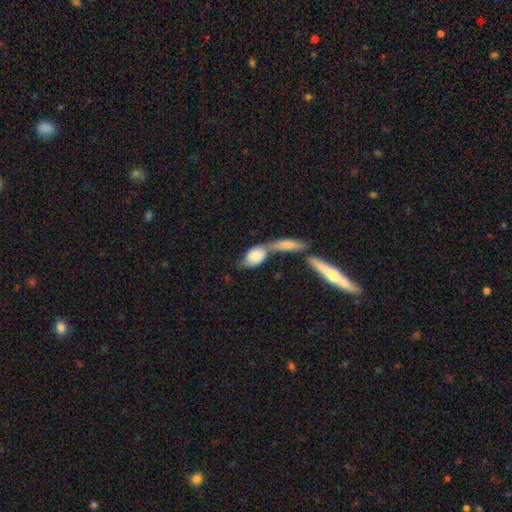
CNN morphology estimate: This appears to be a smooth galaxy with no disk features (71%) that is in between round and cigar-shaped (81%). Merging: merger (55%).